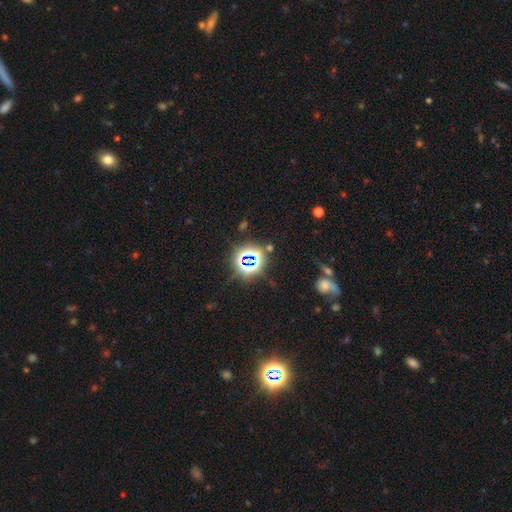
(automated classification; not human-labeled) star or artifact 75%, smooth 17%, featured or disk 9%.